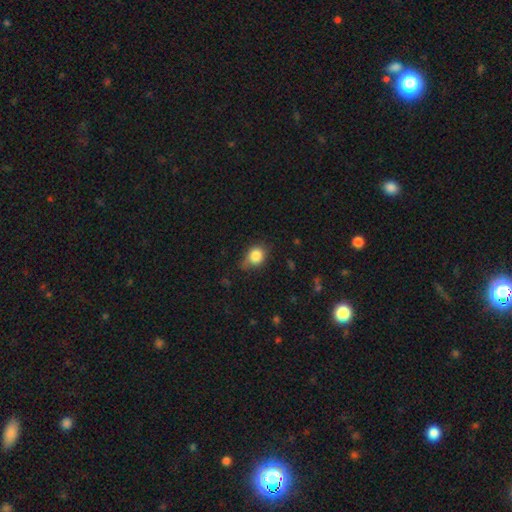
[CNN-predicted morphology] A smooth galaxy with no disk features (83%) that is round (63%).

Vote fractions:
- Smooth or featured? smooth: 83% / star or artifact: 10% / featured or disk: 8%
- How rounded? round: 63% / in between: 35% / cigar-shaped: 1%
- Merging? none: 55% / minor disturbance: 33% / major disturbance: 9% / merger: 3%